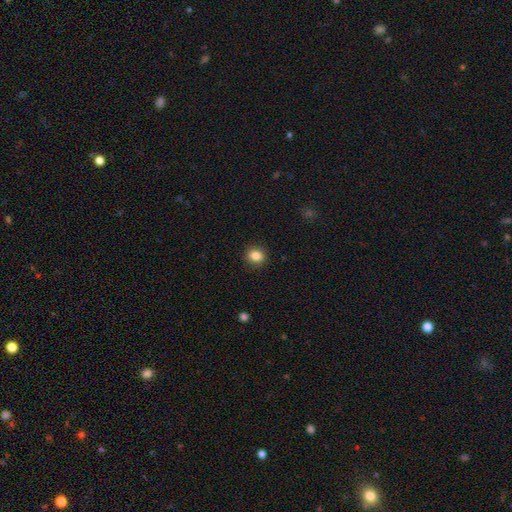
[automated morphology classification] Smooth or featured? Predicted: smooth (p=0.86). How rounded? Predicted: round (p=0.70). Merging? Predicted: none (p=0.89).